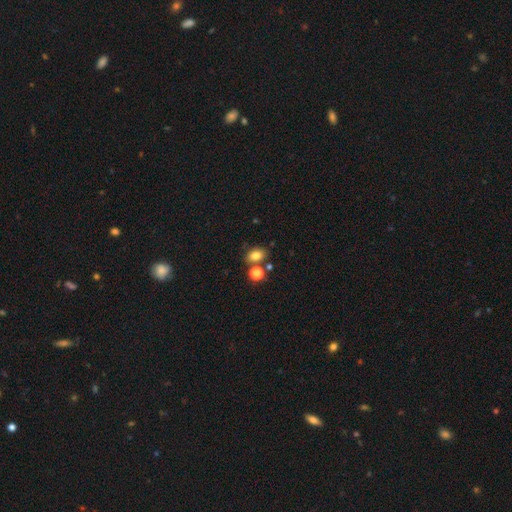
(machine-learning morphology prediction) Smooth or featured? Predicted: smooth (p=0.80). How rounded? Predicted: in between (p=0.68). Merging? Predicted: none (p=0.68).